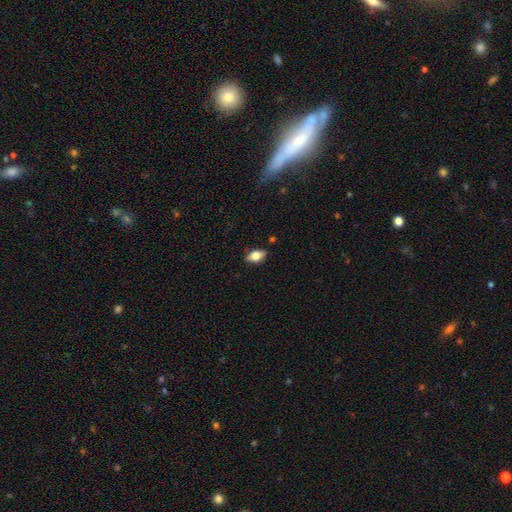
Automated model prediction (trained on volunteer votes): smooth-or-featured: smooth: 58% | featured or disk: 33% | star or artifact: 9%
  how-rounded: in between: 83% | round: 8% | cigar-shaped: 8%
  merging: none: 83% | minor disturbance: 13% | major disturbance: 3% | merger: 1%